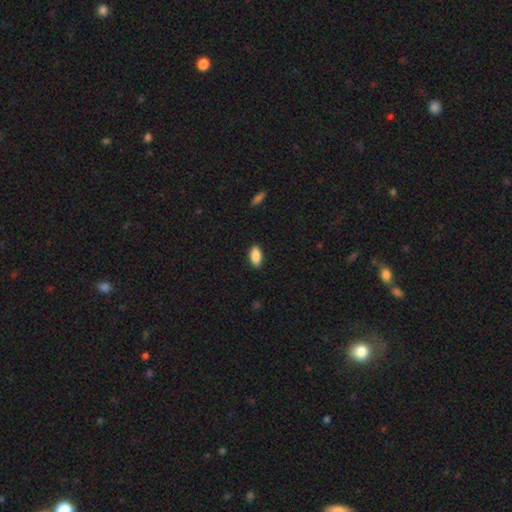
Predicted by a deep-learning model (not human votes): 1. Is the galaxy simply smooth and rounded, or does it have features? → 87% smooth, 7% star or artifact, 6% featured or disk.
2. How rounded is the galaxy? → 89% in between, 9% cigar-shaped, 2% round.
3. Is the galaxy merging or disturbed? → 88% none, 9% minor disturbance, 2% major disturbance, 1% merger.